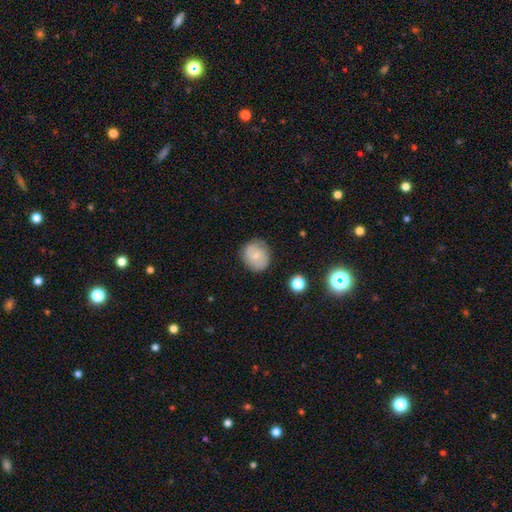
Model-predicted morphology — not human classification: Smooth or featured? smooth (65%)
How rounded? round (77%)
Merging? none (81%)